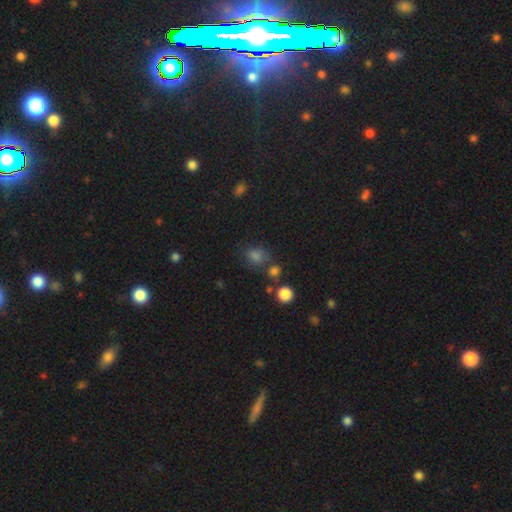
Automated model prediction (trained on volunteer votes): smooth_or_featured: smooth (p=0.73) [alt: star or artifact p=0.19]
how_rounded: in between (p=0.52) [alt: round p=0.46]
merging: none (p=0.61) [alt: minor disturbance p=0.18]